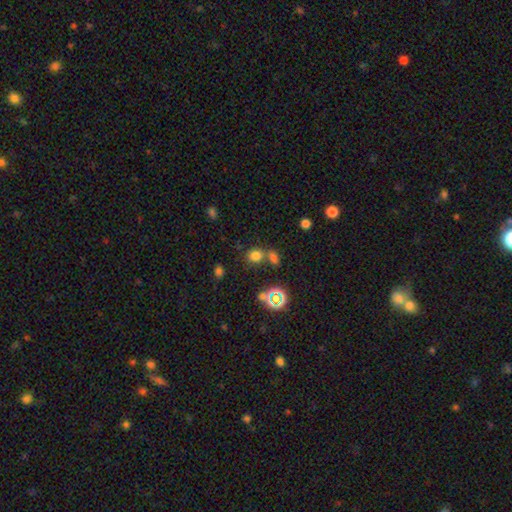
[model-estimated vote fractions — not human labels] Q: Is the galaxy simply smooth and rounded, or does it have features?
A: smooth — 69%.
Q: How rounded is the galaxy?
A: round — 64%.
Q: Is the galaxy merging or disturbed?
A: none — 58%.